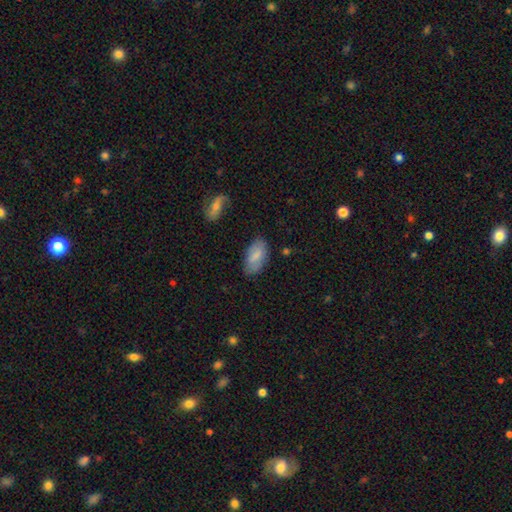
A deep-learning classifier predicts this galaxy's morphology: This is likely a smooth galaxy (79%). How rounded: clearly in between (93%). Merging: likely none (77%).